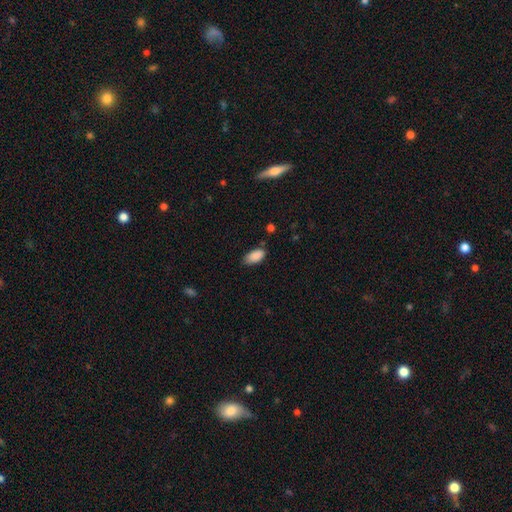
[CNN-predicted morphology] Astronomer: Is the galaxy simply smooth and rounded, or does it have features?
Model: smooth — 89%.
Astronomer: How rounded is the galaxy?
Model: in between — 93%.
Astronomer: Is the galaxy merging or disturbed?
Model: none — 70%.